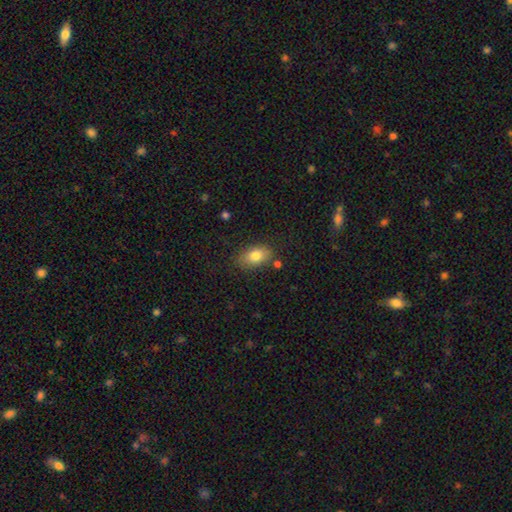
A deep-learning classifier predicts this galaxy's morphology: smooth-or-featured: smooth: 79% | featured or disk: 12% | star or artifact: 8%
  how-rounded: in between: 87% | round: 11% | cigar-shaped: 2%
  merging: none: 77% | minor disturbance: 15% | merger: 4% | major disturbance: 4%